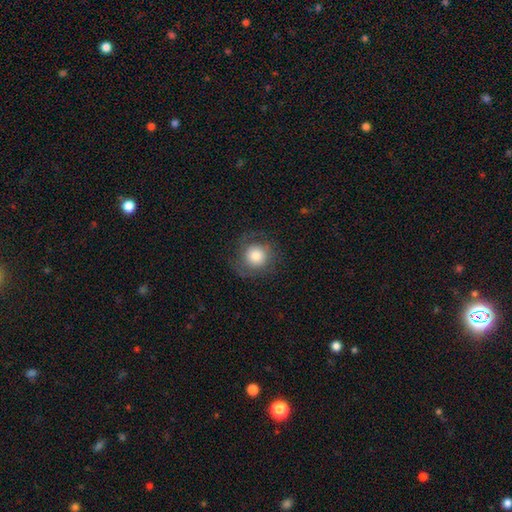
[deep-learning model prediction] The model was most divided on "smooth or featured": smooth: 68%, featured or disk: 23%, star or artifact: 9%. More confident: how rounded — round (92%); merging — none (75%).